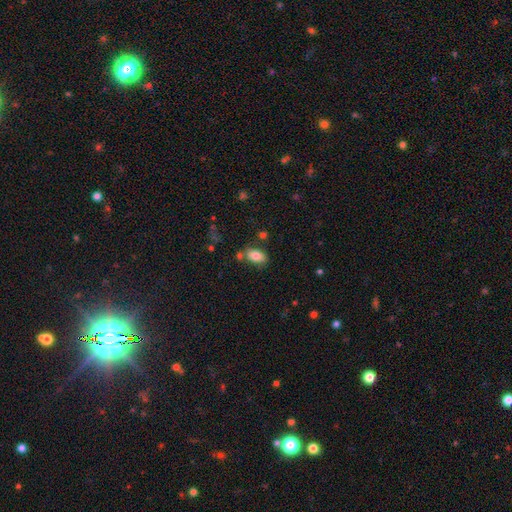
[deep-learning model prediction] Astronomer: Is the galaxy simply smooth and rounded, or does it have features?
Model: smooth — 81%.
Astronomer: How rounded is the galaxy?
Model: in between — 92%.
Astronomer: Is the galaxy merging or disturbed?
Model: none — 71%.